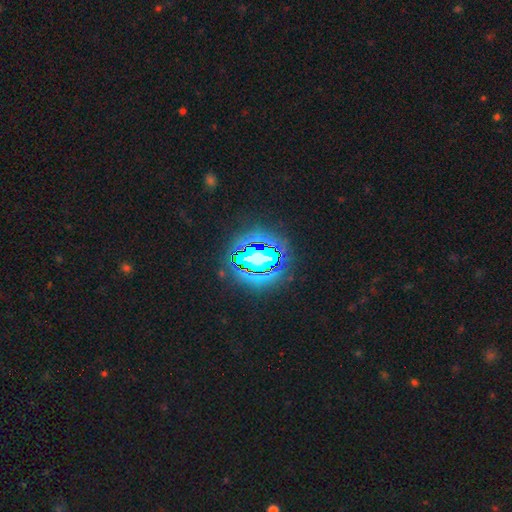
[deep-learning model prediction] A star or artifact, not a galaxy (83%).